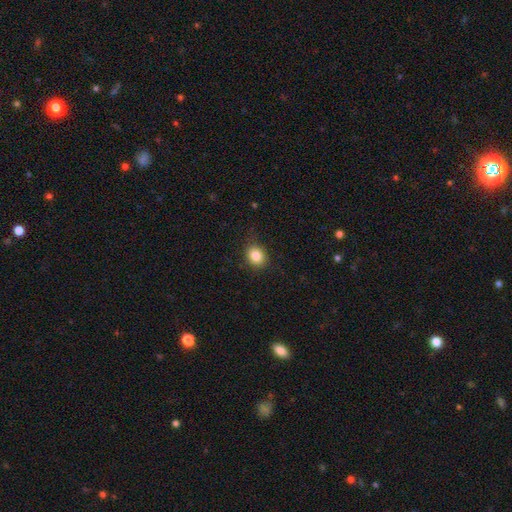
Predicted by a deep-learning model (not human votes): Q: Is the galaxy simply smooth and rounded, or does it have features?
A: smooth — 85%.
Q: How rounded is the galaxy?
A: round — 63%.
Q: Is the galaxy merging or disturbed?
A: none — 85%.